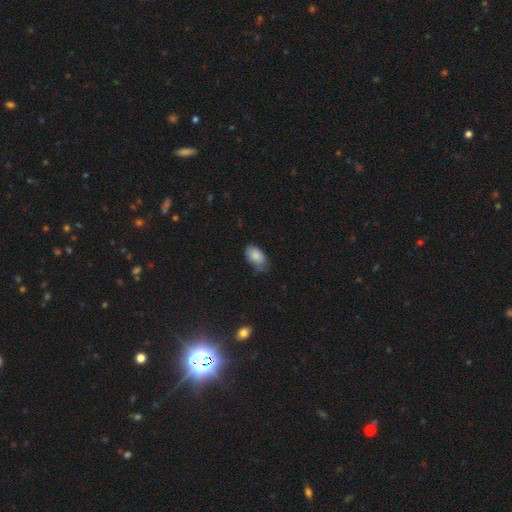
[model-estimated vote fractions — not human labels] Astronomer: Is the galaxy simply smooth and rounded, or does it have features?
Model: smooth — 84%.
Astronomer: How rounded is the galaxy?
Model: in between — 93%.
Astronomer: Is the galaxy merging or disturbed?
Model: none — 56% (runner-up: minor disturbance, 35%).